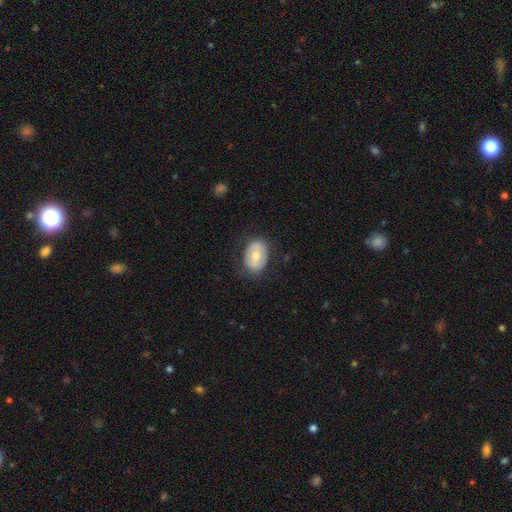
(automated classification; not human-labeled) The model was most divided on "smooth or featured": smooth: 60%, featured or disk: 33%, star or artifact: 6%. More confident: merging — none (79%); how rounded — in between (77%).